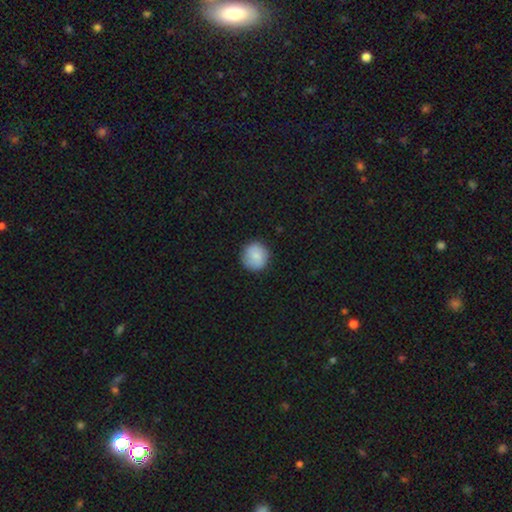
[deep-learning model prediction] Overall: smooth (85%). How rounded: round (93%). Merging: none (88%).